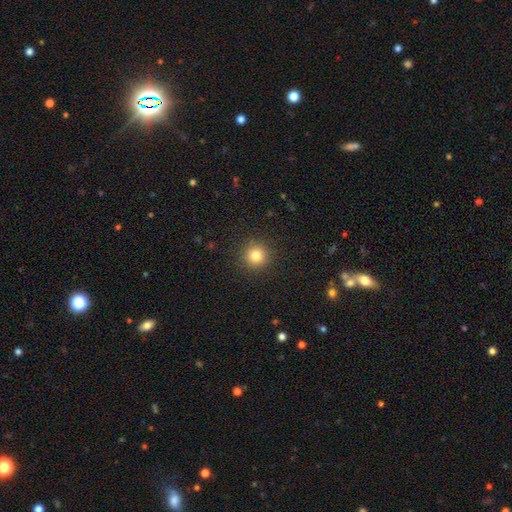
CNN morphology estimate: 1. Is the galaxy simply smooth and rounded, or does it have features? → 82% smooth, 12% star or artifact, 6% featured or disk.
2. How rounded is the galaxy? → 95% round, 4% in between, 1% cigar-shaped.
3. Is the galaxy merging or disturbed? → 91% none, 5% minor disturbance, 2% major disturbance, 1% merger.